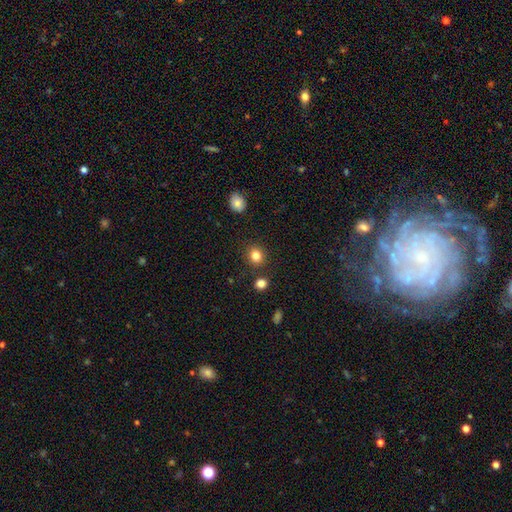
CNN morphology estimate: Smooth or featured? Predicted: smooth (p=0.83). How rounded? Predicted: round (p=0.81). Merging? Predicted: none (p=0.87).